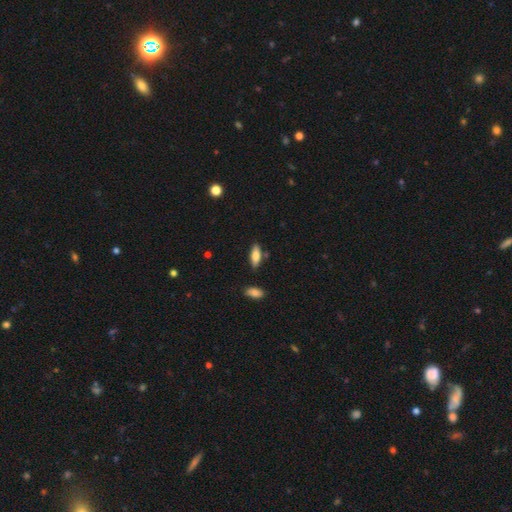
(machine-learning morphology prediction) This appears to be a smooth galaxy with no disk features (75%) that is in between round and cigar-shaped (66%). Merging: none (82%).